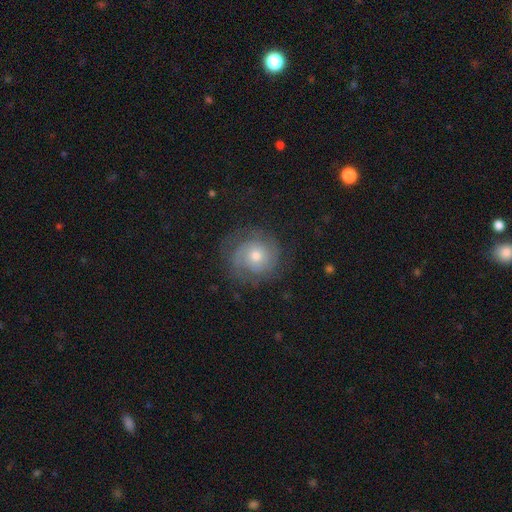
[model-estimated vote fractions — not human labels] This appears to be a featured or disk galaxy (68%) with no bar (80%), 2 (46%) tight (64%) spiral arms (88%) and a moderate central bulge (63%). Merging: none (75%).